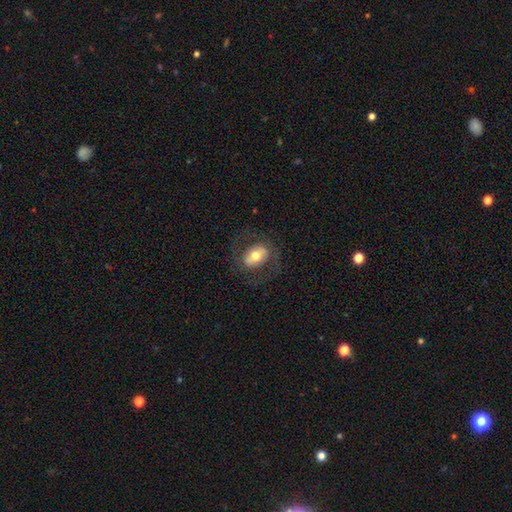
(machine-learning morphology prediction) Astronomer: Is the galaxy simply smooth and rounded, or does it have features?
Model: smooth — 51% (runner-up: featured or disk, 41%).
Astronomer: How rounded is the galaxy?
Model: in between — 71%.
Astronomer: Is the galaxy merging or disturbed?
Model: none — 73%.